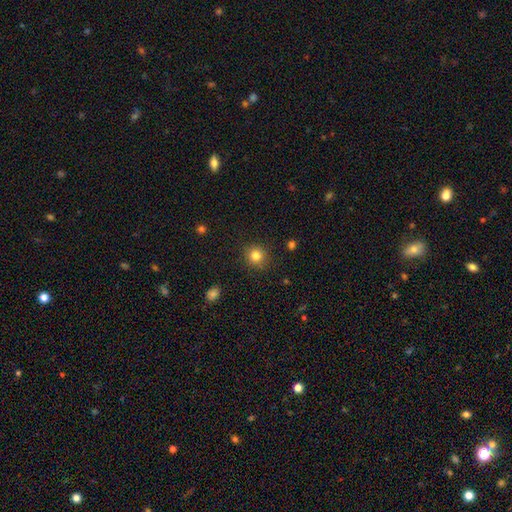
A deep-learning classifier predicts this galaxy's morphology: Smooth or featured? smooth (82%)
How rounded? round (91%)
Merging? none (89%)